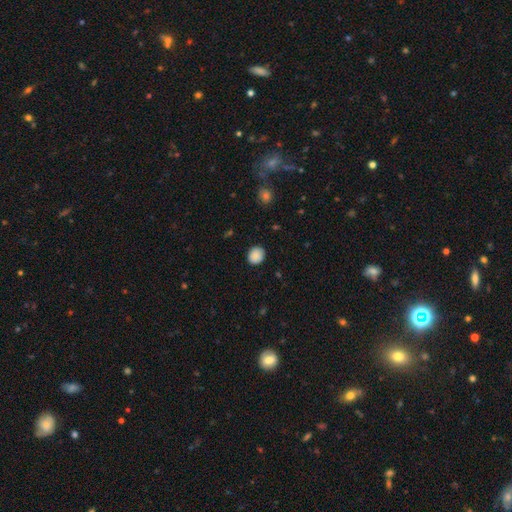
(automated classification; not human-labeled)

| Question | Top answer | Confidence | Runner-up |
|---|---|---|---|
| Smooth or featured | smooth | 88% | star or artifact (8%) |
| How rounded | round | 72% | in between (27%) |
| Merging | none | 85% | minor disturbance (11%) |